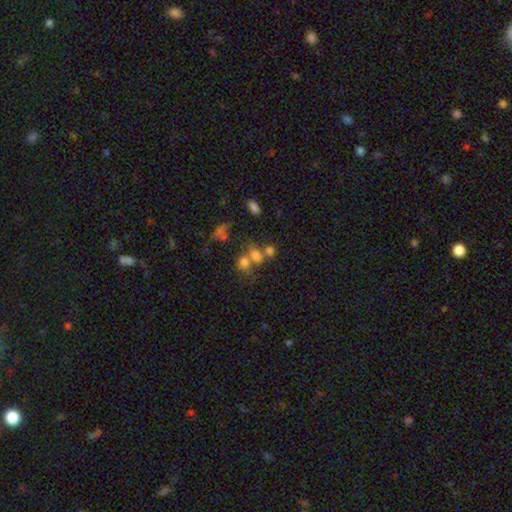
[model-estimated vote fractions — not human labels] Q: Smooth or featured?
A: smooth (69%); runner-up: star or artifact (17%)
Q: How rounded?
A: round (50%); runner-up: in between (48%)
Q: Merging?
A: merger (47%); runner-up: none (35%)